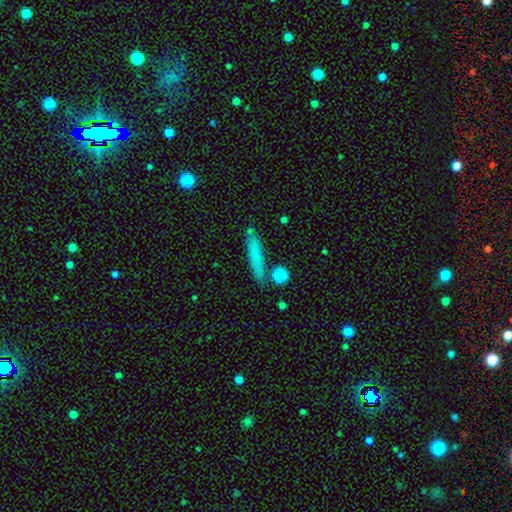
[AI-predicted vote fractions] Q: Smooth or featured?
A: smooth (74%); runner-up: featured or disk (18%)
Q: How rounded?
A: cigar-shaped (89%); runner-up: in between (9%)
Q: Merging?
A: none (79%); runner-up: minor disturbance (12%)